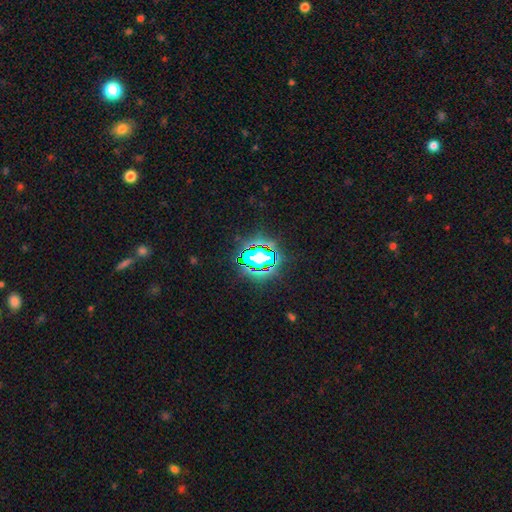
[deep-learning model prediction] star or artifact 65%, smooth 21%, featured or disk 13%.